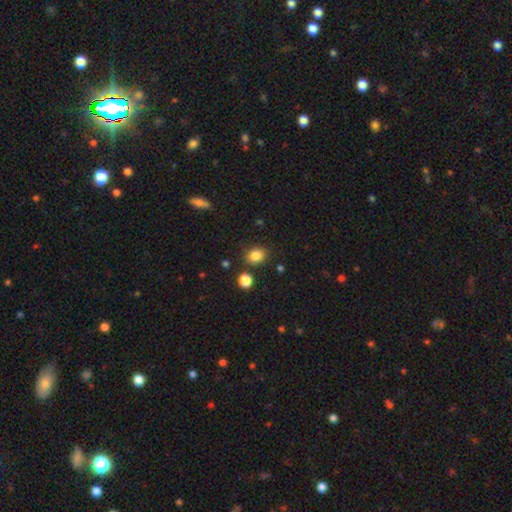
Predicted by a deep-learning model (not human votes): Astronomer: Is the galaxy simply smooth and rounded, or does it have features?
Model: smooth — 84%.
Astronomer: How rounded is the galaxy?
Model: round — 53% (runner-up: in between, 46%).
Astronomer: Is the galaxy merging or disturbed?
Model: none — 81%.